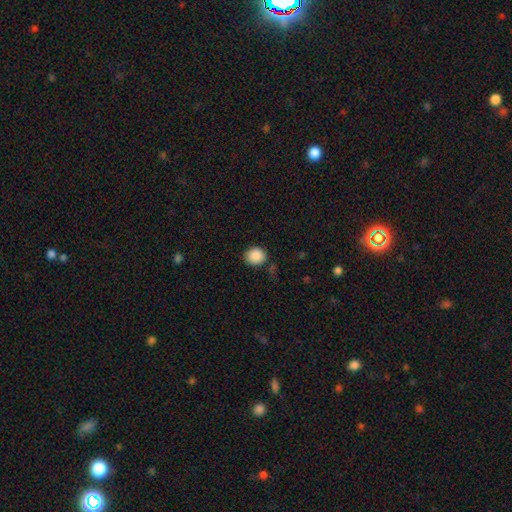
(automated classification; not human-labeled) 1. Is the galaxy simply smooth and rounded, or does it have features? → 88% smooth, 8% star or artifact, 3% featured or disk.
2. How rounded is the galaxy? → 79% round, 20% in between, 1% cigar-shaped.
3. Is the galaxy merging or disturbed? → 81% none, 13% minor disturbance, 3% major disturbance, 2% merger.